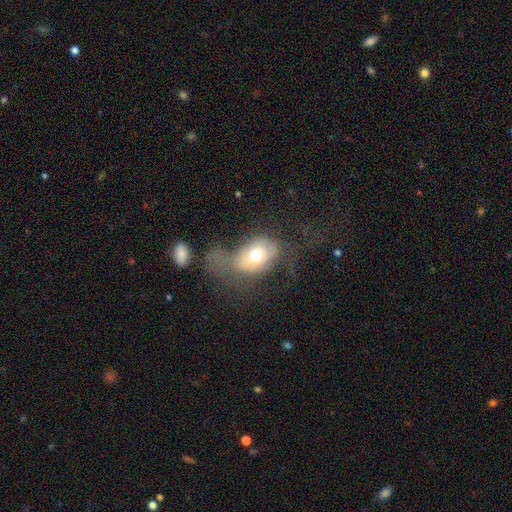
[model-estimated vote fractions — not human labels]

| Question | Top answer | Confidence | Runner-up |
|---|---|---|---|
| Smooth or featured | smooth | 57% | featured or disk (34%) |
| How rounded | in between | 75% | round (24%) |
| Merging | major disturbance | 49% | none (23%) |